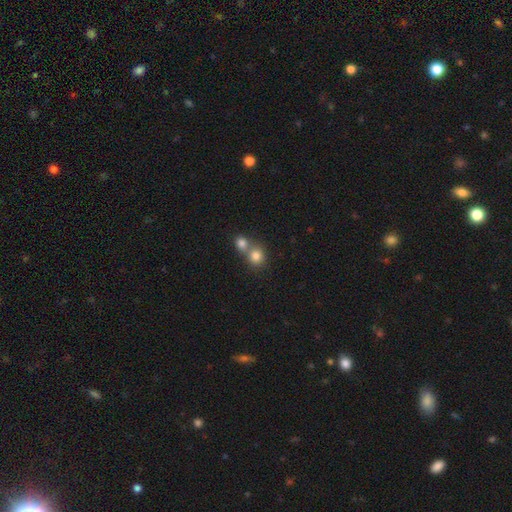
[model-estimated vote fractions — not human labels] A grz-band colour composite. It shows a smooth galaxy with no disk features (80%) that is round (84%). Merging: merger (53%).